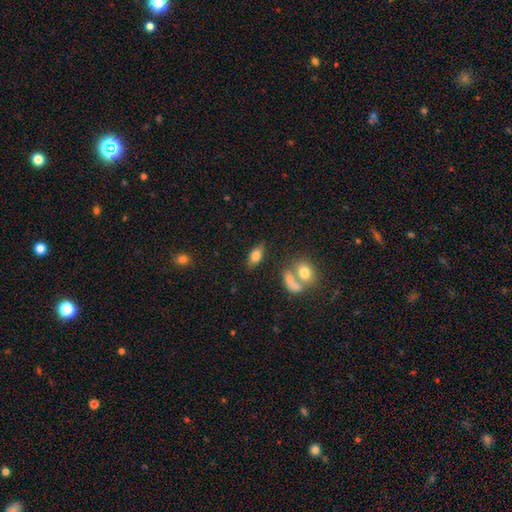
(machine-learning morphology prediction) smooth-or-featured: smooth: 76% | featured or disk: 15% | star or artifact: 8%
  how-rounded: in between: 87% | cigar-shaped: 7% | round: 6%
  merging: none: 73% | minor disturbance: 12% | merger: 11% | major disturbance: 4%